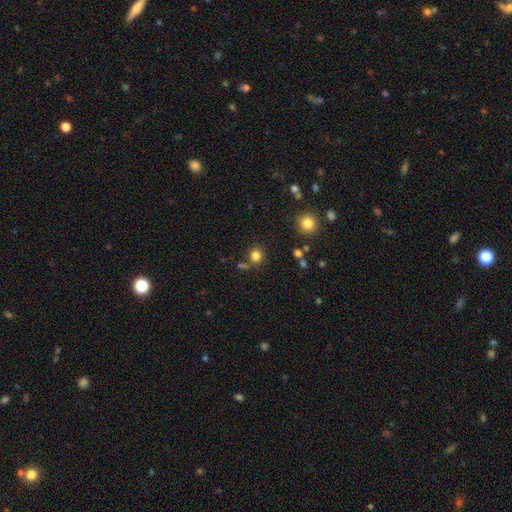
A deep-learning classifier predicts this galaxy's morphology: Overall: smooth (80%). How rounded: round (84%). Merging: none (76%).